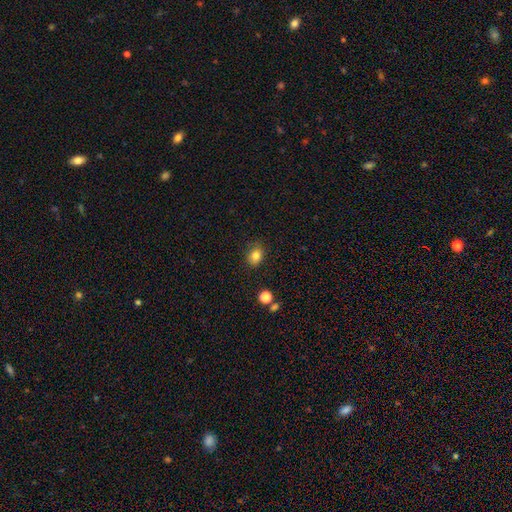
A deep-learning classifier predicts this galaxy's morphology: smooth-or-featured: smooth: 82% | star or artifact: 11% | featured or disk: 7%
  how-rounded: in between: 58% | round: 41% | cigar-shaped: 1%
  merging: none: 82% | minor disturbance: 13% | major disturbance: 3% | merger: 2%